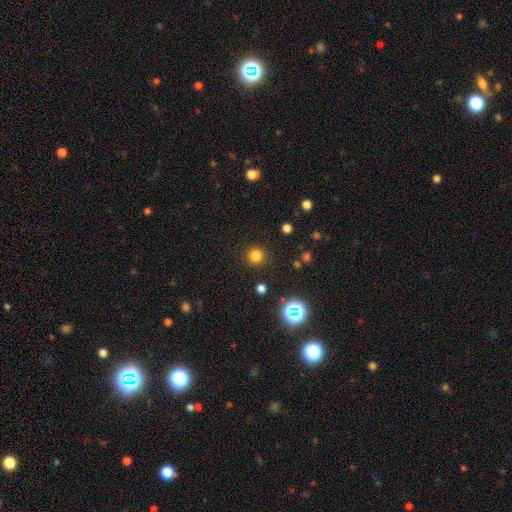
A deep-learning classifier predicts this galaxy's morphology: Smooth or featured: smooth — 79% (star or artifact — 16%)
How rounded: round — 95% (in between — 4%)
Merging: none — 91% (minor disturbance — 5%)